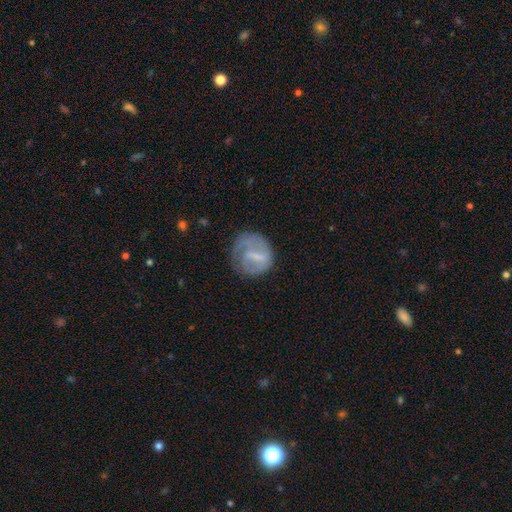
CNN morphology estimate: smooth-or-featured: featured or disk: 56% | smooth: 36% | star or artifact: 7%
  disk-edge-on: no: 97% | yes: 3%
    bar: weak: 43% | strong: 37% | no: 20%
    has-spiral-arms: yes: 62% | no: 38%
    bulge-size: none: 45% | small: 32% | moderate: 19% | large: 3% | dominant: 1%
  merging: none: 54% | minor disturbance: 23% | major disturbance: 21% | merger: 2%